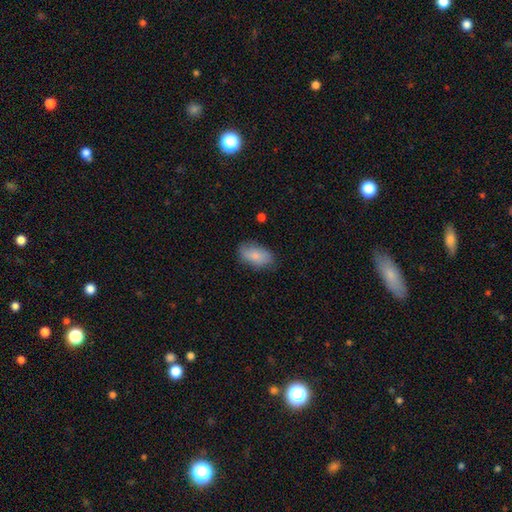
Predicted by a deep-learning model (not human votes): This is likely a smooth galaxy (78%). How rounded: clearly in between (92%). Merging: likely none (75%).